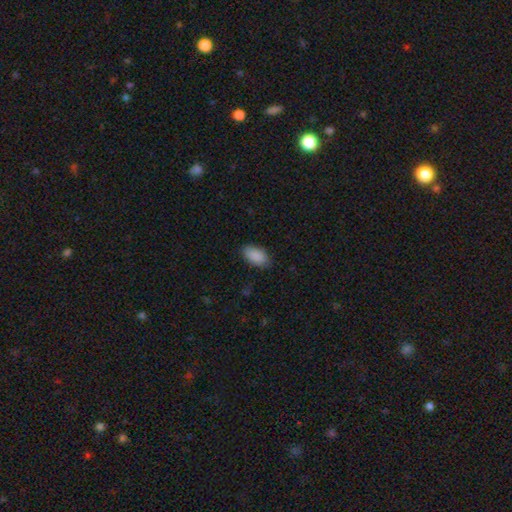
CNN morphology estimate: This appears to be a smooth galaxy with no disk features (90%) that is in between round and cigar-shaped (94%). Merging: none (84%).